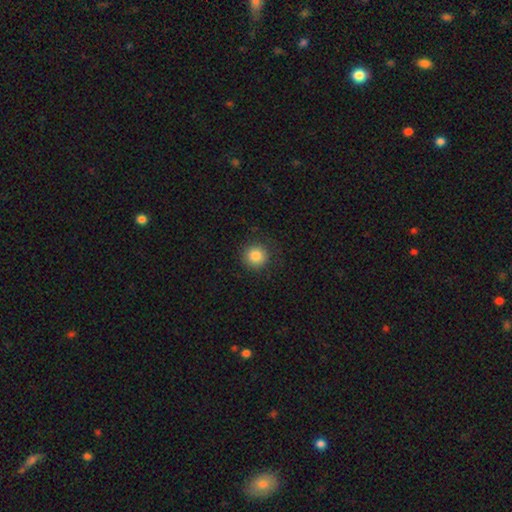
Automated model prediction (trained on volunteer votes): This is clearly a smooth galaxy (85%). How rounded: clearly round (94%). Merging: clearly none (88%).